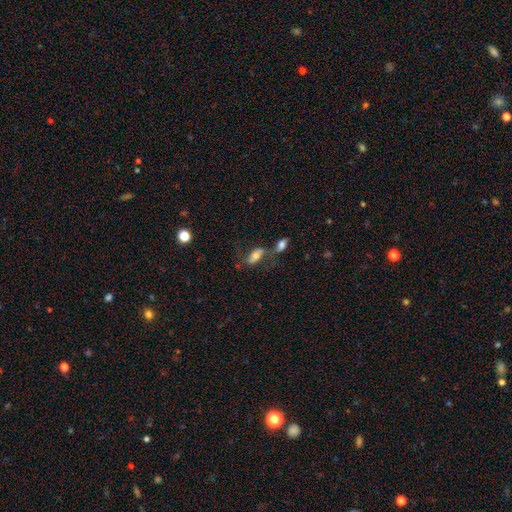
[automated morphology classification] Q: Smooth or featured?
A: smooth (54%); runner-up: featured or disk (34%)
Q: How rounded?
A: in between (84%); runner-up: cigar-shaped (9%)
Q: Merging?
A: merger (37%); runner-up: none (34%)